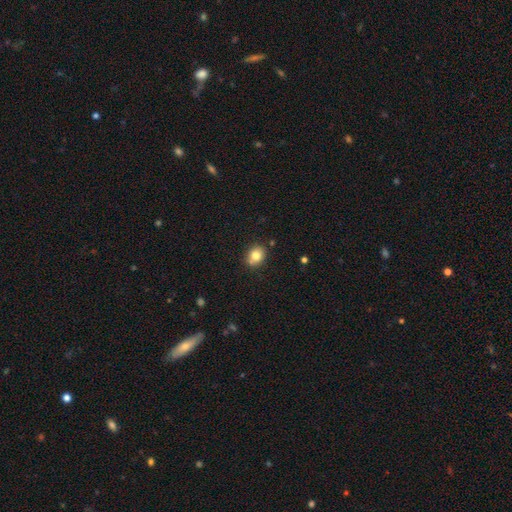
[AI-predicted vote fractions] A smooth galaxy with no disk features (81%) that is round (55%).

Vote fractions:
- Smooth or featured? smooth: 81% / star or artifact: 10% / featured or disk: 8%
- How rounded? round: 55% / in between: 44% / cigar-shaped: 1%
- Merging? none: 77% / minor disturbance: 15% / merger: 5% / major disturbance: 3%